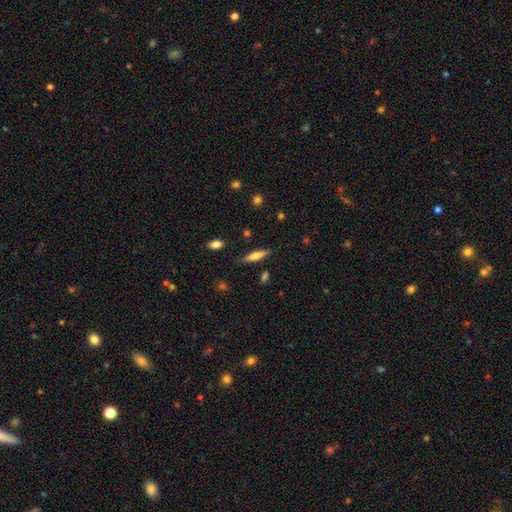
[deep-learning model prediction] Smooth or featured? smooth (57%)
How rounded? cigar-shaped (70%)
Merging? none (81%)